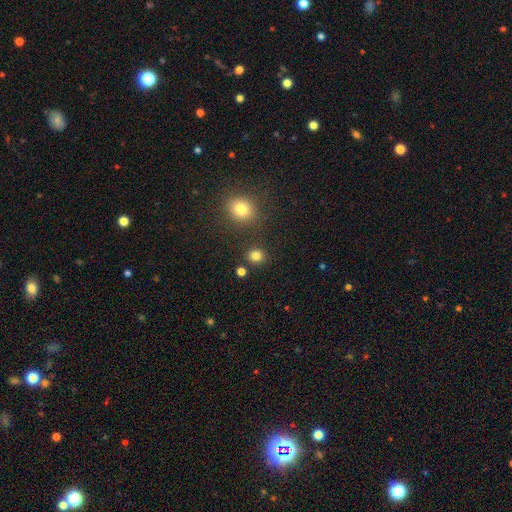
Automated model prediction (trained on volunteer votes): smooth 82%, star or artifact 14%, featured or disk 4%. Down the decision tree: how rounded — round (81%); merging — none (85%).